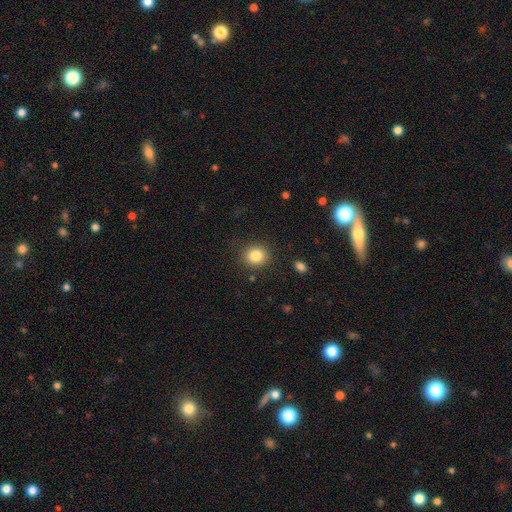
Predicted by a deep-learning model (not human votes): The model was most divided on "how rounded": round: 80%, in between: 19%, cigar-shaped: 1%. More confident: merging — none (88%); smooth or featured — smooth (83%).